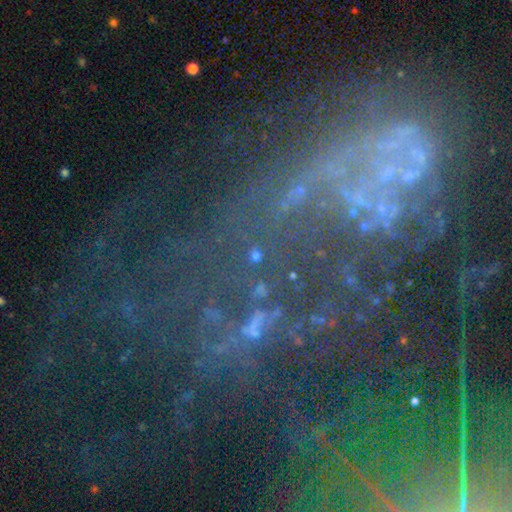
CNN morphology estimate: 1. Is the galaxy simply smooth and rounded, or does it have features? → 58% star or artifact, 27% featured or disk, 15% smooth.